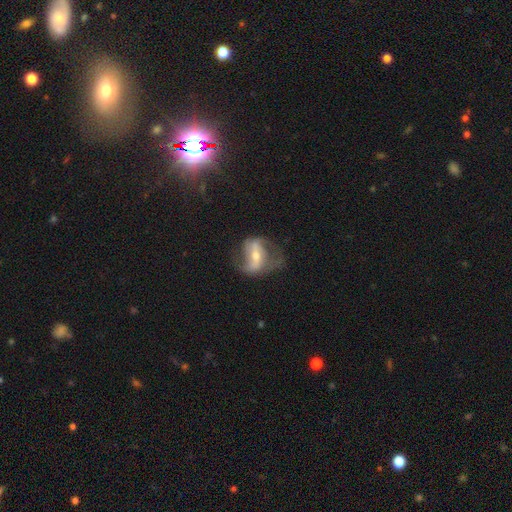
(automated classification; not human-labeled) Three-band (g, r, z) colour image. It shows a featured or disk galaxy (75%) with a strong bar (51%), 2 (80%) loose (51%) spiral arms (81%) and a moderate central bulge (49%). Merging: none (51%).